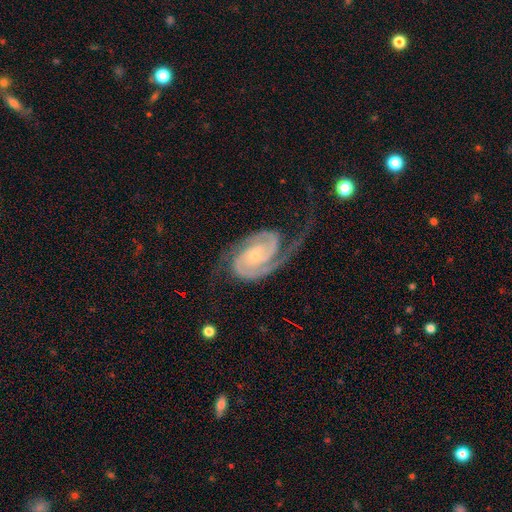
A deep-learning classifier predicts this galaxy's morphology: The model was most divided on "spiral winding": tight: 52%, medium: 38%, loose: 10%. More confident: spiral arms — yes (98%); edge-on disk — no (97%); smooth or featured — featured or disk (92%); spiral arm count — 2 (88%); bulge size — small (73%); bar — no (63%); merging — none (63%).